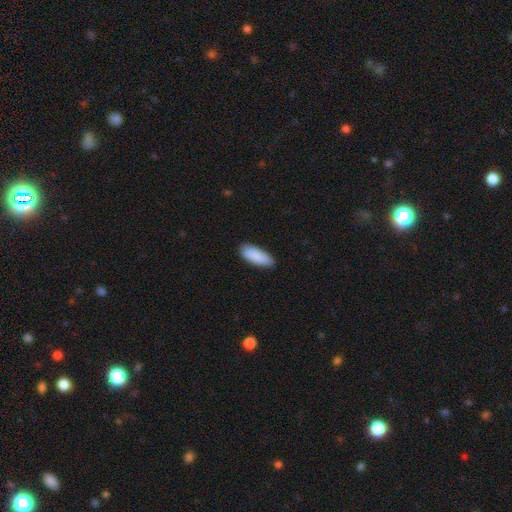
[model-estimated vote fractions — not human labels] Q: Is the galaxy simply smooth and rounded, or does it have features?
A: smooth — 89%.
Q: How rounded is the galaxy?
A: in between — 76%.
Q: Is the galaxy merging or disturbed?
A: none — 84%.